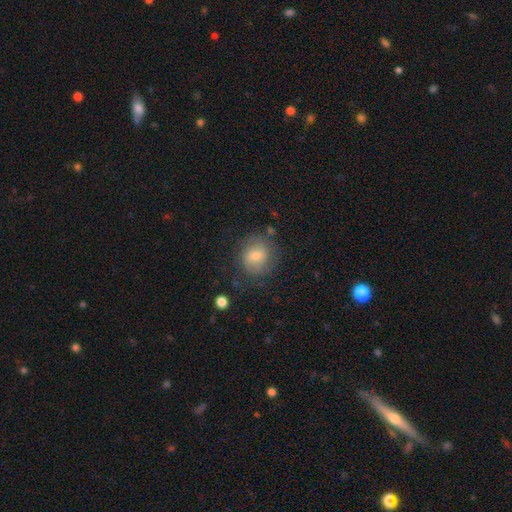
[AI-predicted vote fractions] Q: Smooth or featured?
A: smooth (64%); runner-up: featured or disk (27%)
Q: How rounded?
A: round (78%); runner-up: in between (21%)
Q: Merging?
A: none (71%); runner-up: minor disturbance (18%)